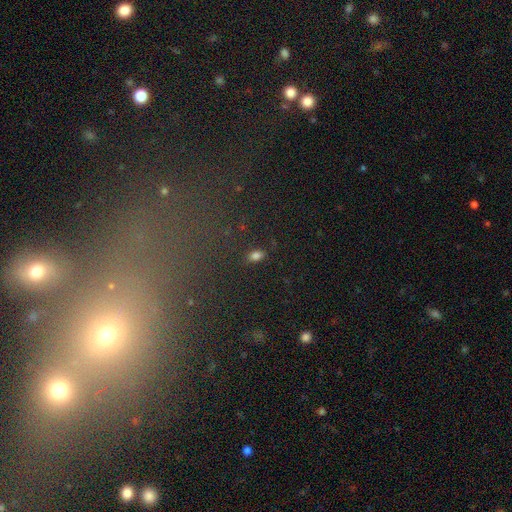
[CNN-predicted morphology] Overall: smooth (79%). How rounded: in between (90%). Merging: none (84%).